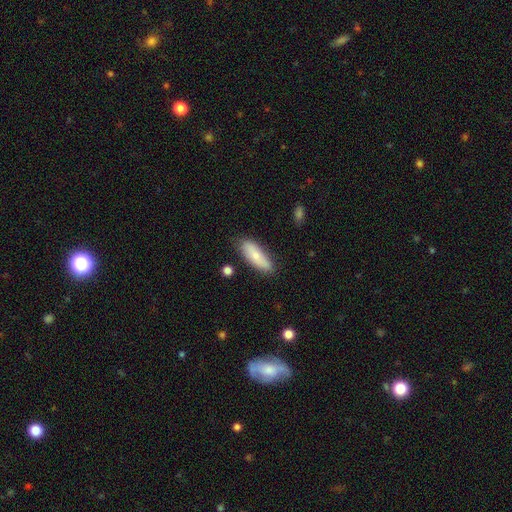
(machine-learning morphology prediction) smooth_or_featured: smooth (p=0.71) [alt: featured or disk p=0.23]
how_rounded: in between (p=0.60) [alt: cigar-shaped p=0.37]
merging: none (p=0.80) [alt: minor disturbance p=0.15]